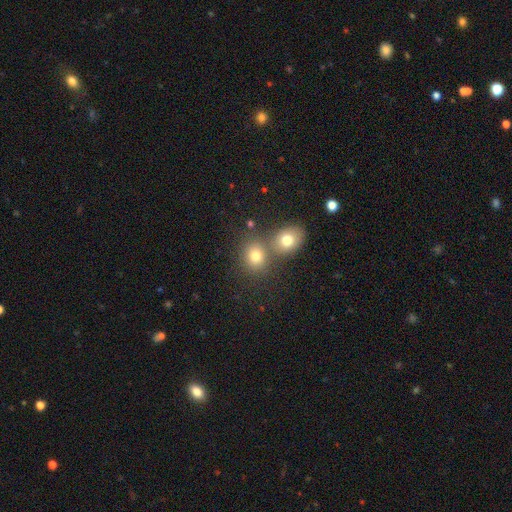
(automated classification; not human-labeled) This is likely a smooth galaxy (76%). How rounded: likely round (69%). Merging: possibly none (53%).